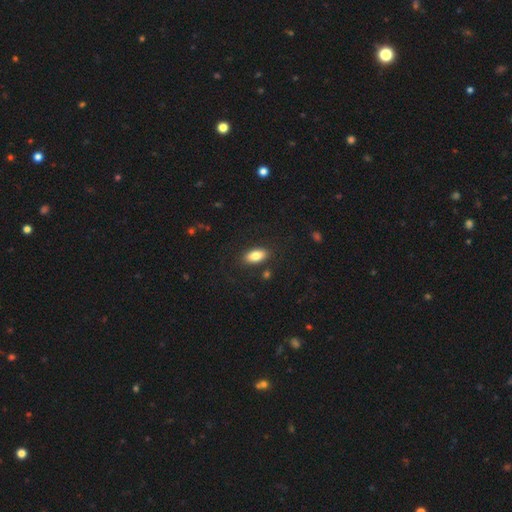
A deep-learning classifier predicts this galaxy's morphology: Smooth or featured? Predicted: smooth (p=0.82). How rounded? Predicted: in between (p=0.89). Merging? Predicted: none (p=0.86).